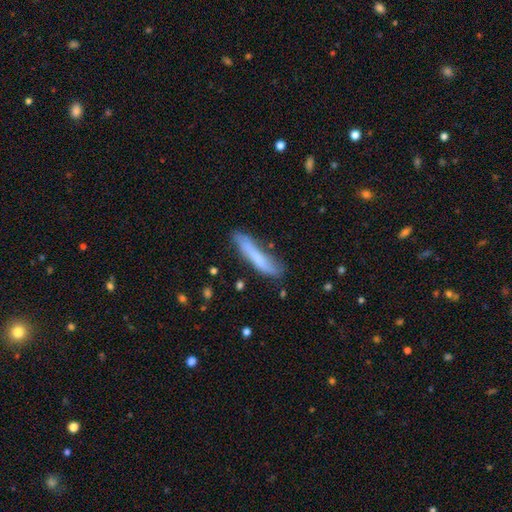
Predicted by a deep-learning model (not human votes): Smooth or featured: smooth — 67% (featured or disk — 26%)
How rounded: cigar-shaped — 86% (in between — 13%)
Merging: none — 64% (minor disturbance — 25%)